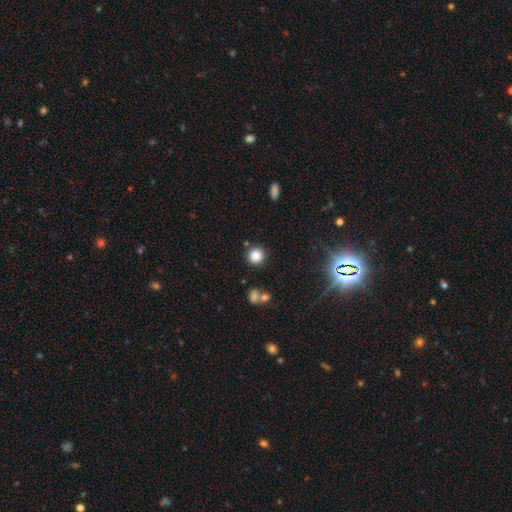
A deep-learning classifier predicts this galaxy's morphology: A smooth galaxy with no disk features (84%) that is round (92%).

Vote fractions:
- Smooth or featured? smooth: 84% / star or artifact: 12% / featured or disk: 4%
- How rounded? round: 92% / in between: 7% / cigar-shaped: 1%
- Merging? none: 81% / minor disturbance: 9% / merger: 7% / major disturbance: 3%